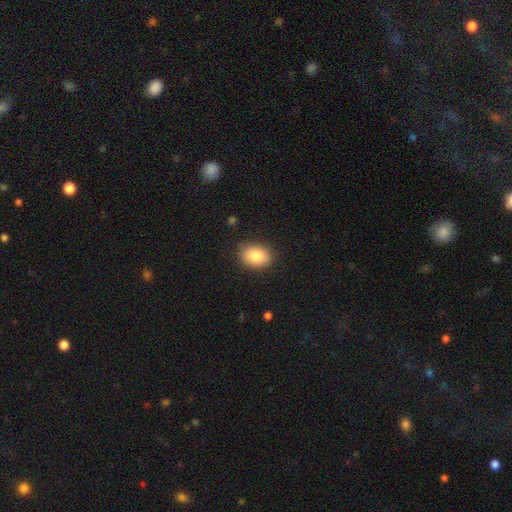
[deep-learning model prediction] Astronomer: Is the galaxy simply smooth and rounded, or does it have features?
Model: smooth — 86%.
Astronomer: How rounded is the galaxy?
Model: in between — 77%.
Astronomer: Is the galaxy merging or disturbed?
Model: none — 87%.